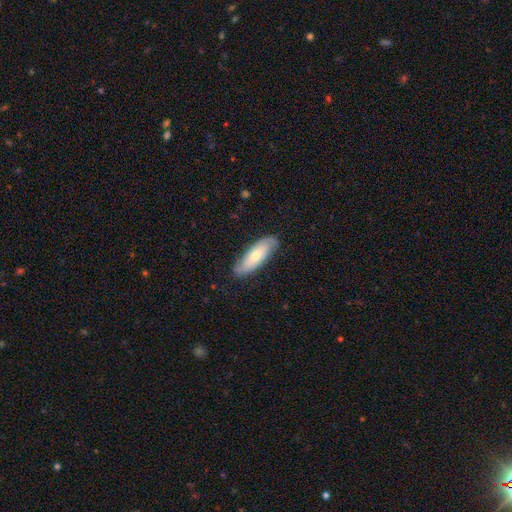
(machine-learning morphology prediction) smooth_or_featured: smooth (p=0.52) [alt: featured or disk p=0.42]
how_rounded: in between (p=0.67) [alt: cigar-shaped p=0.31]
merging: none (p=0.79) [alt: minor disturbance p=0.16]